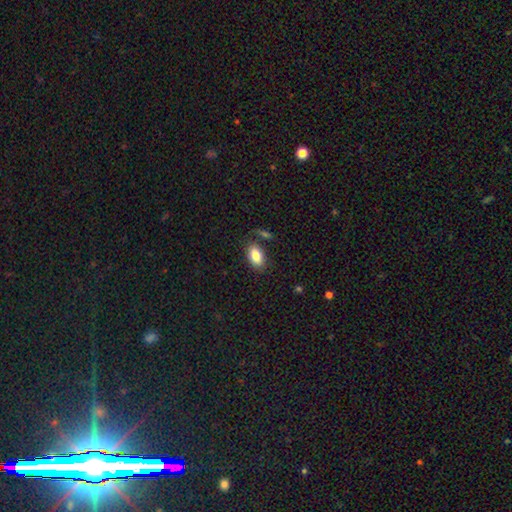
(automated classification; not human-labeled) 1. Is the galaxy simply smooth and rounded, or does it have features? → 84% smooth, 9% featured or disk, 7% star or artifact.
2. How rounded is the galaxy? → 92% in between, 5% round, 3% cigar-shaped.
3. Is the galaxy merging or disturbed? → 76% none, 13% minor disturbance, 7% merger, 4% major disturbance.